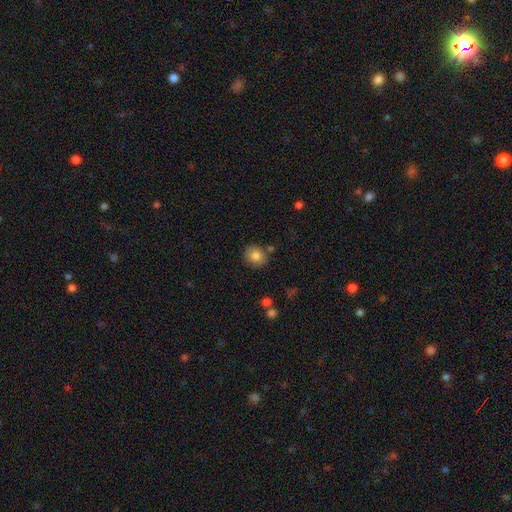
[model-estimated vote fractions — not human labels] Overall: smooth (81%). How rounded: round (79%). Merging: none (82%).